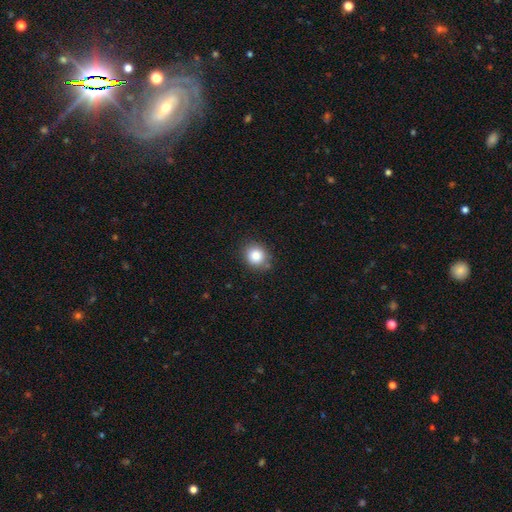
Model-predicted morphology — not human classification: smooth_or_featured: smooth (p=0.84) [alt: star or artifact p=0.10]
how_rounded: round (p=0.79) [alt: in between p=0.20]
merging: none (p=0.84) [alt: minor disturbance p=0.12]